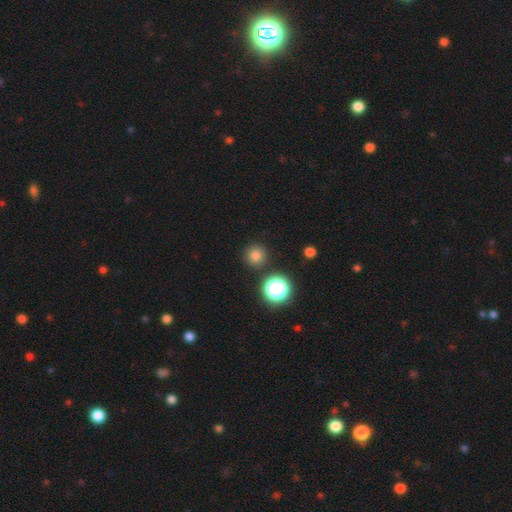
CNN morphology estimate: smooth 77%, star or artifact 17%, featured or disk 5%. Down the decision tree: how rounded — round (95%); merging — none (89%).